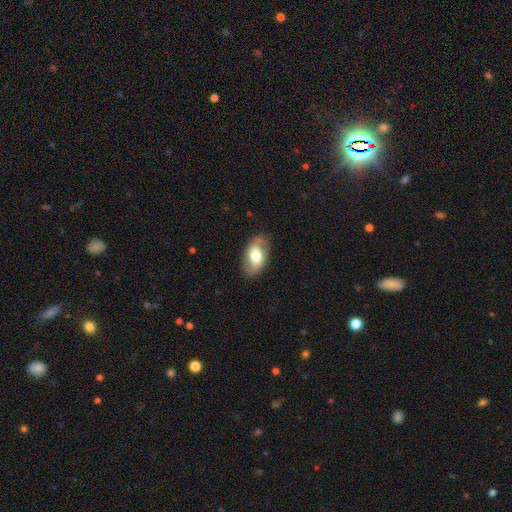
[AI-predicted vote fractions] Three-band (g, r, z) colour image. It shows a smooth galaxy with no disk features (55%) that is in between round and cigar-shaped (92%). Merging: none (78%).